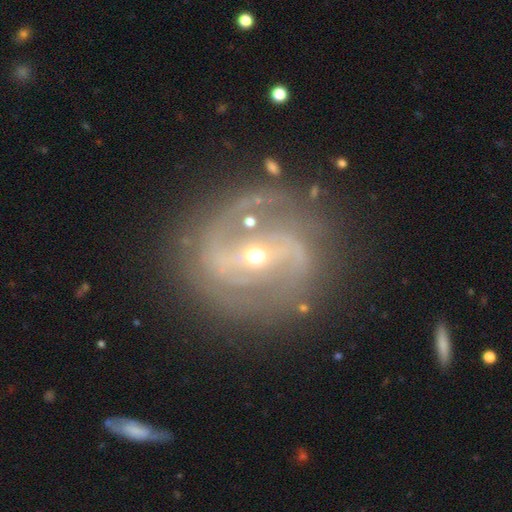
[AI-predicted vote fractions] Overall: featured or disk (89%). Edge-on disk: no (97%). Bar: strong (46%; weak 35%). Spiral arms: yes (96%). Spiral arm count: 2 (82%). Spiral winding: medium (49%; tight 35%). Bulge size: small (57%; moderate 40%). Merging: none (79%).